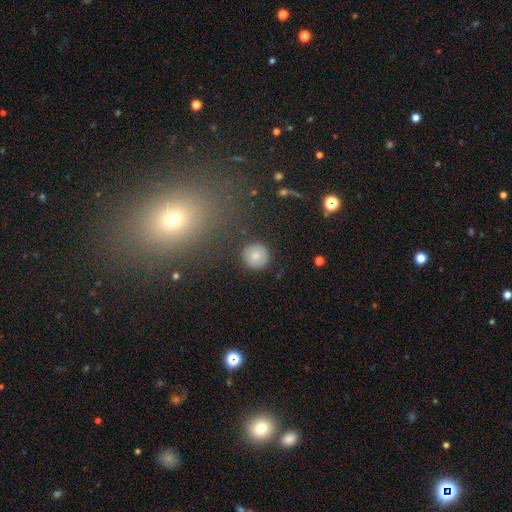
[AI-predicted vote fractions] The model was most divided on "smooth or featured": smooth: 81%, star or artifact: 9%, featured or disk: 9%. More confident: how rounded — round (95%); merging — none (90%).